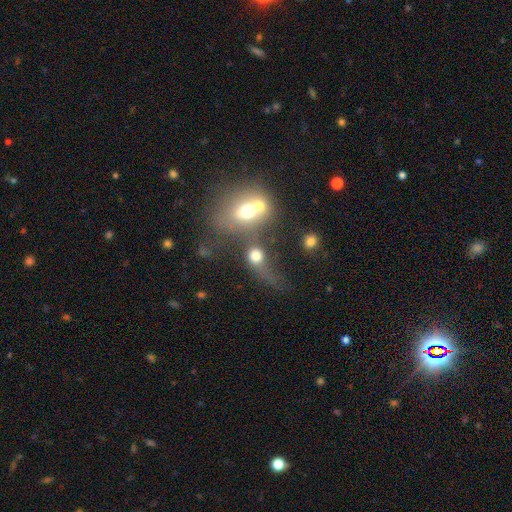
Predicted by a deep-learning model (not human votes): Smooth or featured?
  - smooth: 64% *
  - featured or disk: 21%
  - star or artifact: 15%
How rounded?
  - round: 66% *
  - in between: 30%
  - cigar-shaped: 3%
Merging?
  - merger: 51% *
  - none: 20%
  - major disturbance: 19%
  - minor disturbance: 10%